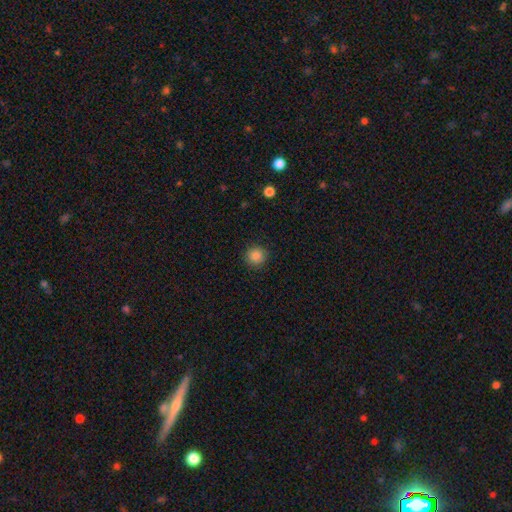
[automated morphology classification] smooth 85%, star or artifact 10%, featured or disk 5%. Down the decision tree: how rounded — round (94%); merging — none (91%).